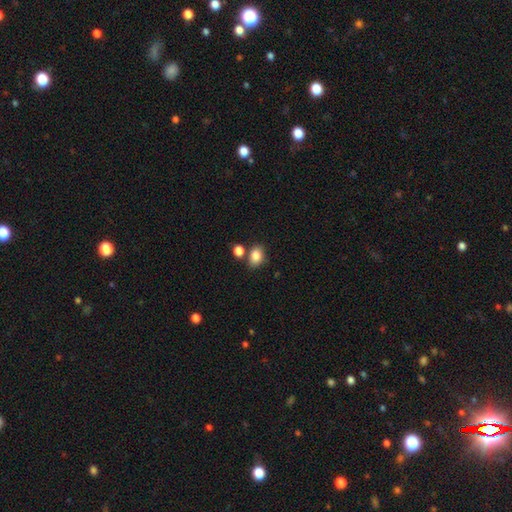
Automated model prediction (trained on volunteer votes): A smooth galaxy with no disk features (84%) that is in between round and cigar-shaped (67%).

Vote fractions:
- Smooth or featured? smooth: 84% / star or artifact: 10% / featured or disk: 6%
- How rounded? in between: 67% / round: 32% / cigar-shaped: 1%
- Merging? none: 68% / merger: 16% / minor disturbance: 12% / major disturbance: 4%